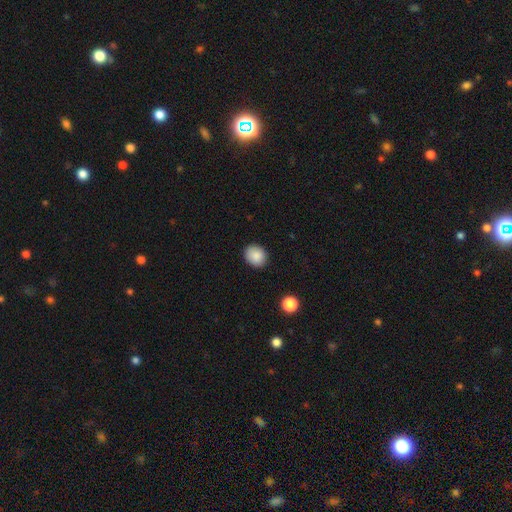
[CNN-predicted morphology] This appears to be a smooth galaxy with no disk features (88%) that is round (62%). Merging: none (87%).